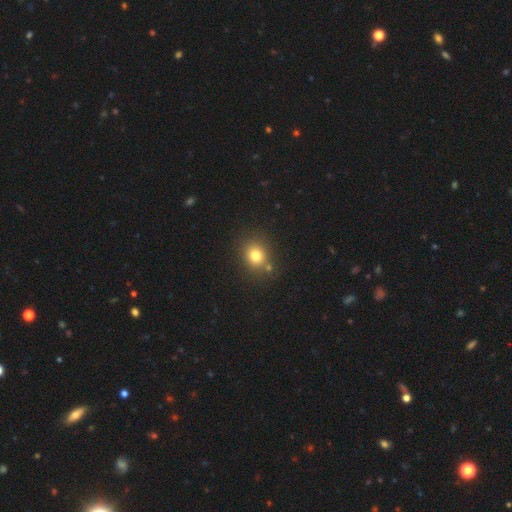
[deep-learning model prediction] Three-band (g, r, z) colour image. It shows a smooth galaxy with no disk features (78%) that is round (69%). Merging: none (75%).